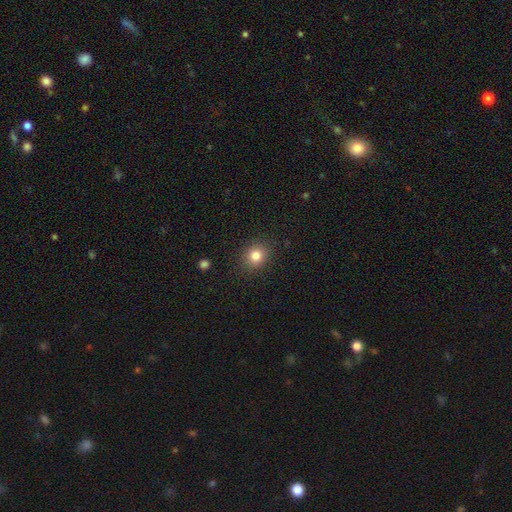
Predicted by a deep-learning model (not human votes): Smooth or featured? smooth (82%)
How rounded? round (72%)
Merging? none (88%)